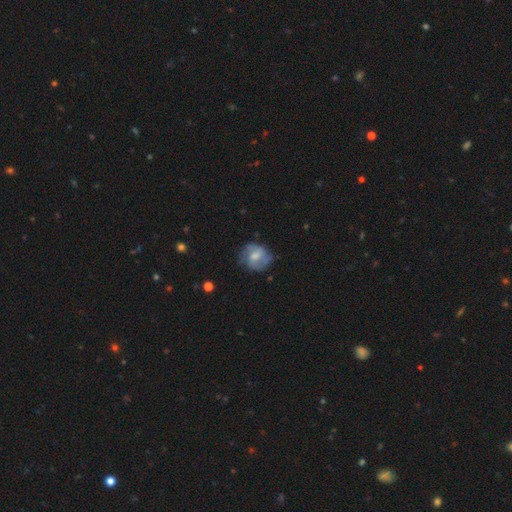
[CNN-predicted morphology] Q: Smooth or featured?
A: featured or disk (54%); runner-up: smooth (38%)
Q: Edge-on disk?
A: no (97%); runner-up: yes (3%)
Q: Bar?
A: weak (47%); runner-up: no (41%)
Q: Spiral arms?
A: yes (75%); runner-up: no (25%)
Q: Bulge size?
A: moderate (46%); runner-up: small (30%)
Q: Merging?
A: none (61%); runner-up: minor disturbance (24%)